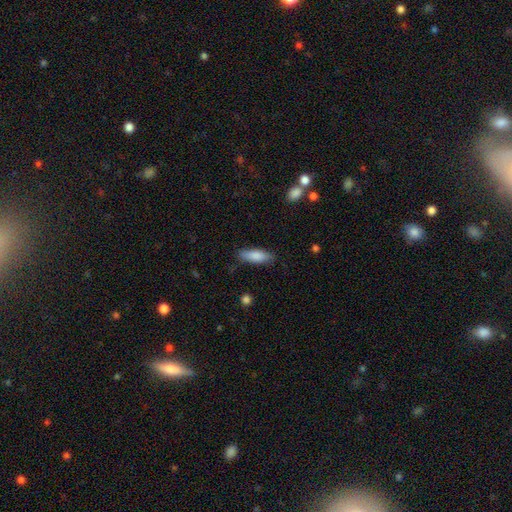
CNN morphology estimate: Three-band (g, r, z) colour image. It shows a smooth galaxy with no disk features (84%) that is in between round and cigar-shaped (60%). Merging: none (81%).